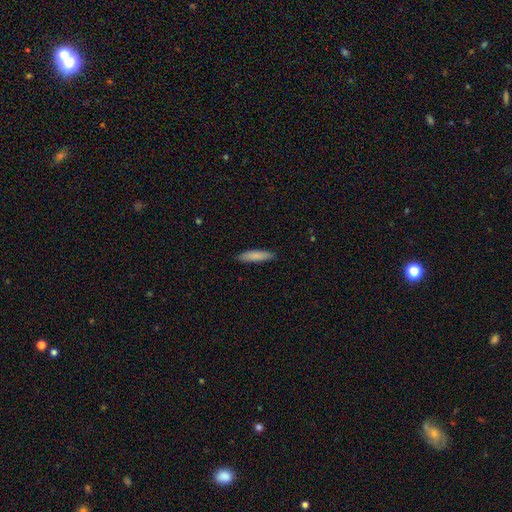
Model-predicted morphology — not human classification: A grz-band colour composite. It shows a smooth galaxy with no disk features (85%) that is cigar-shaped (74%). Merging: none (89%).